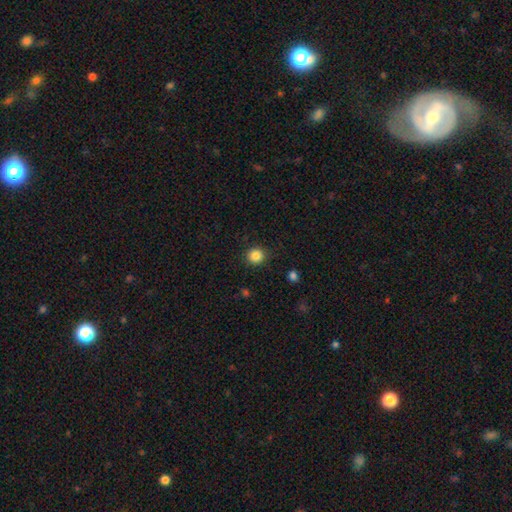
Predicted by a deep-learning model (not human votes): A smooth galaxy with no disk features (85%) that is round (91%).

Vote fractions:
- Smooth or featured? smooth: 85% / star or artifact: 11% / featured or disk: 4%
- How rounded? round: 91% / in between: 8% / cigar-shaped: 1%
- Merging? none: 90% / minor disturbance: 7% / major disturbance: 2% / merger: 1%